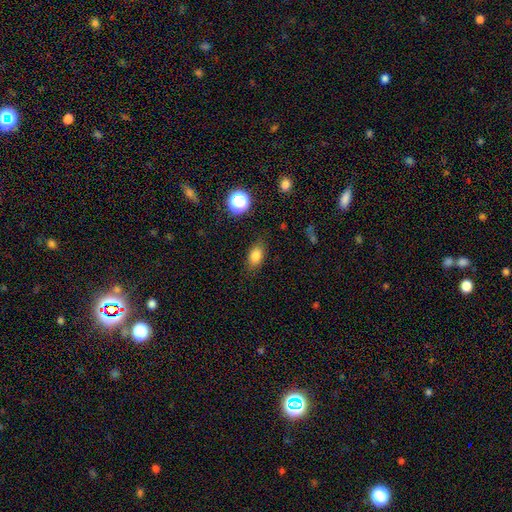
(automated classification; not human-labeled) smooth-or-featured: smooth: 82% | star or artifact: 11% | featured or disk: 7%
  how-rounded: in between: 82% | round: 15% | cigar-shaped: 3%
  merging: none: 81% | minor disturbance: 14% | major disturbance: 4% | merger: 1%